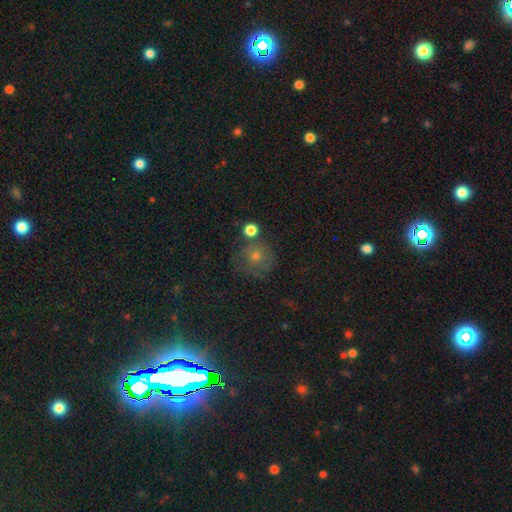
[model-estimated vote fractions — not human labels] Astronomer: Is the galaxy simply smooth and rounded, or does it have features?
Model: smooth — 48% (runner-up: star or artifact, 28%).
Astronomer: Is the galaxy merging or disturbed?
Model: none — 71%.